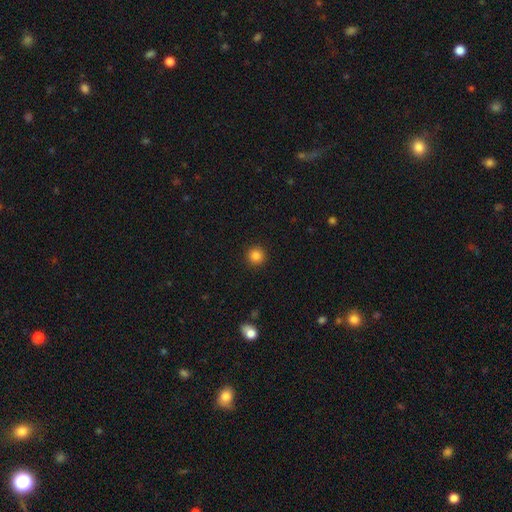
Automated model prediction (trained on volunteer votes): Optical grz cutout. It shows a smooth galaxy with no disk features (84%) that is round (95%). Merging: none (92%).